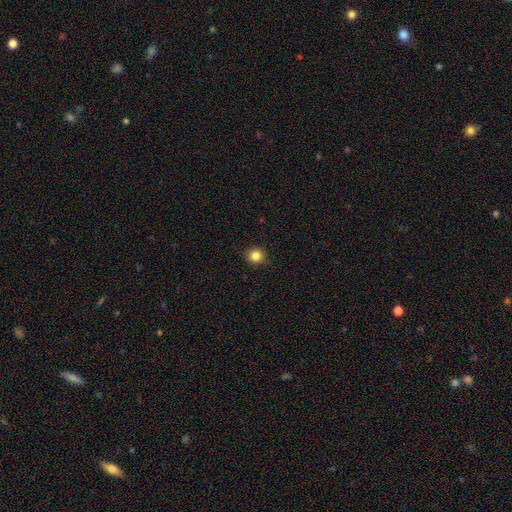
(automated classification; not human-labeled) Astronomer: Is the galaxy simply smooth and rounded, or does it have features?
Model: smooth — 84%.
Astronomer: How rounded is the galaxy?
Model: round — 92%.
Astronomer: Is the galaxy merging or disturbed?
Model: none — 91%.